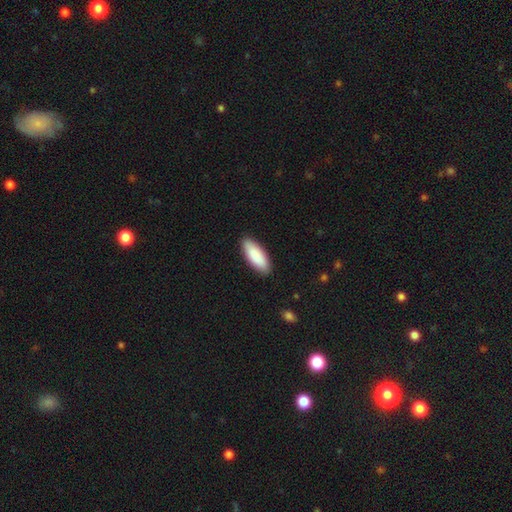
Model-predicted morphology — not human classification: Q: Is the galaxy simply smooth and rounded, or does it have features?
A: smooth — 89%.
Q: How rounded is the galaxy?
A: in between — 75%.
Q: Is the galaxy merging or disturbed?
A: none — 89%.